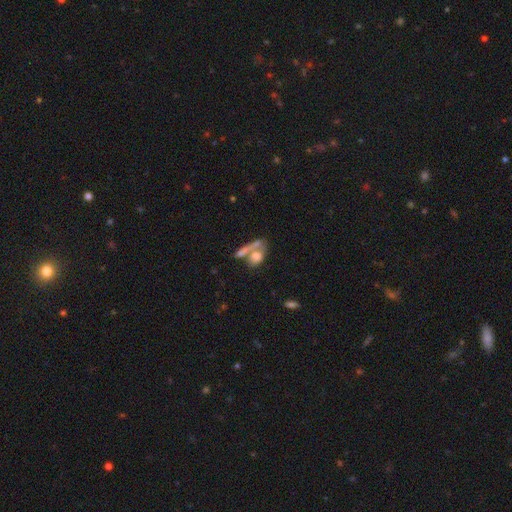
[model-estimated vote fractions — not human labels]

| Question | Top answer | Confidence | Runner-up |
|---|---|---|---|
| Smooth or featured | smooth | 64% | featured or disk (27%) |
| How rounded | in between | 71% | round (20%) |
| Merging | merger | 51% | none (28%) |